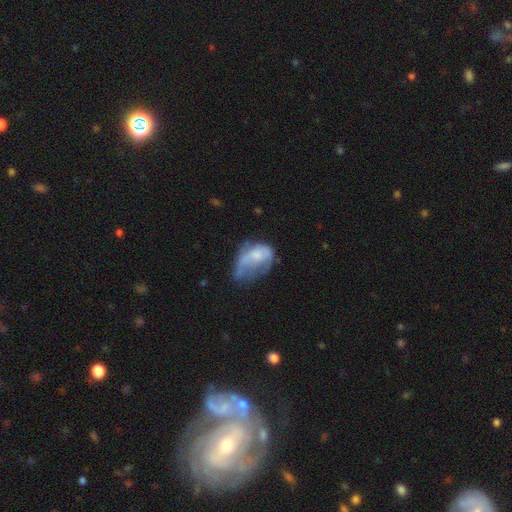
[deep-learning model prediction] This appears to be a smooth galaxy with no disk features (51%) that is in between round and cigar-shaped (85%). Merging: major disturbance (44%).